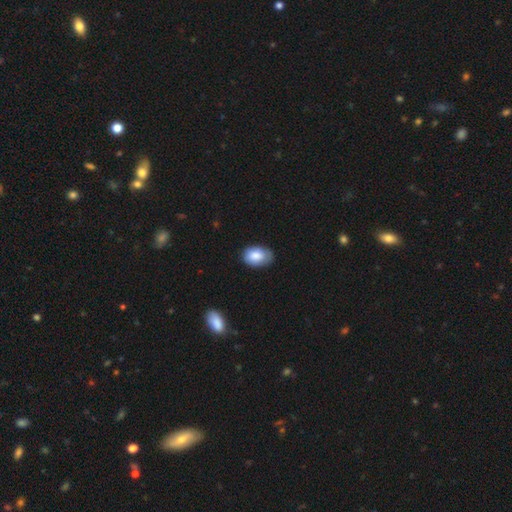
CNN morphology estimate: Smooth or featured: smooth — 82% (featured or disk — 11%)
How rounded: in between — 88% (round — 11%)
Merging: none — 70% (minor disturbance — 24%)